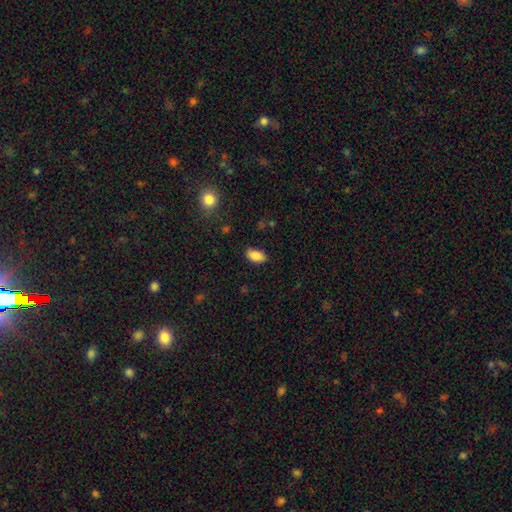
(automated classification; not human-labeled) A smooth galaxy with no disk features (88%) that is in between round and cigar-shaped (93%). Merging: none (83%).